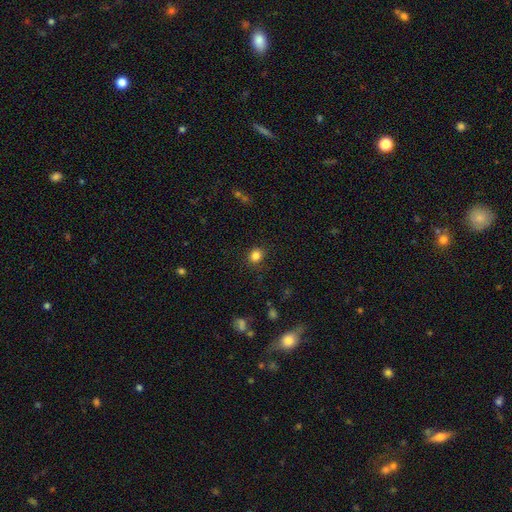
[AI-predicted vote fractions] smooth_or_featured: smooth (p=0.84) [alt: star or artifact p=0.12]
how_rounded: round (p=0.77) [alt: in between p=0.22]
merging: none (p=0.88) [alt: minor disturbance p=0.09]